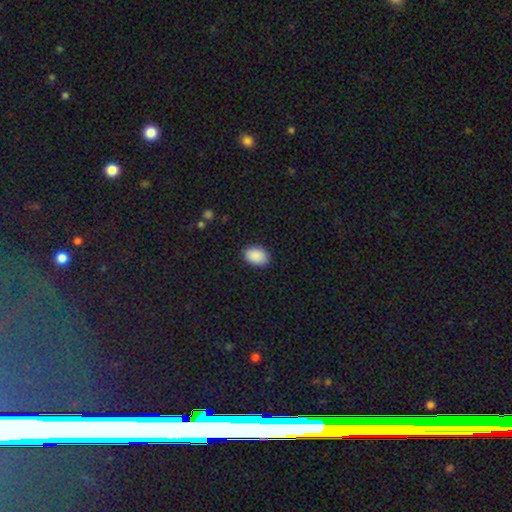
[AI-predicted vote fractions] smooth 90%, star or artifact 7%, featured or disk 3%. Down the decision tree: how rounded — in between (84%); merging — none (88%).